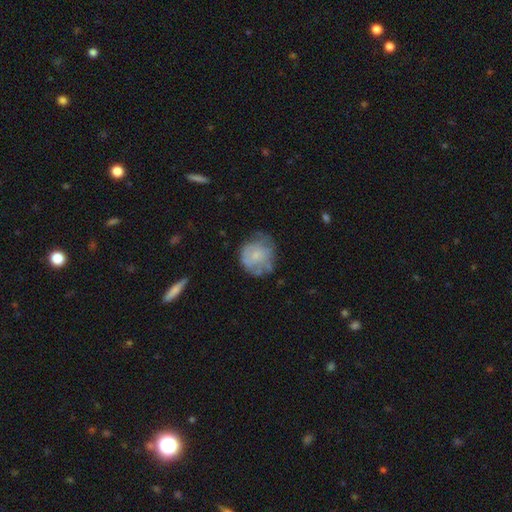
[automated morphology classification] Smooth or featured? smooth (52%)
How rounded? round (79%)
Merging? none (51%)